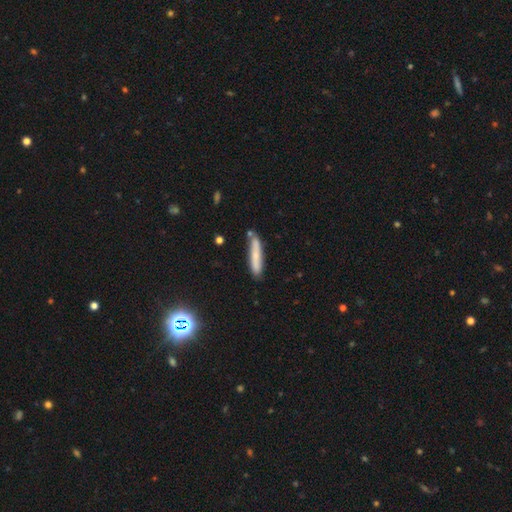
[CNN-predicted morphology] This is likely a smooth galaxy (67%). How rounded: clearly cigar-shaped (91%). Merging: likely none (77%).